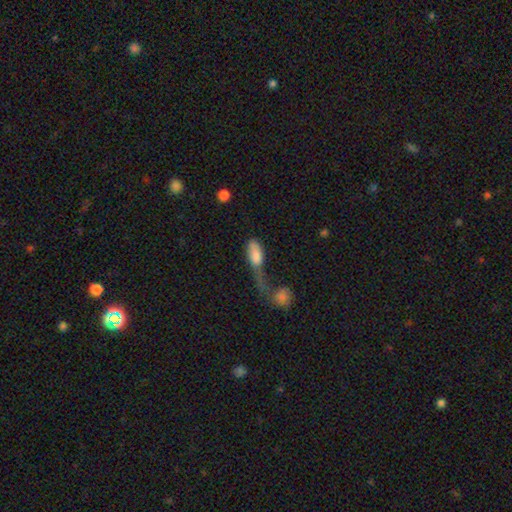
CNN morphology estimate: Smooth or featured? smooth (72%)
How rounded? in between (77%)
Merging? merger (39%)